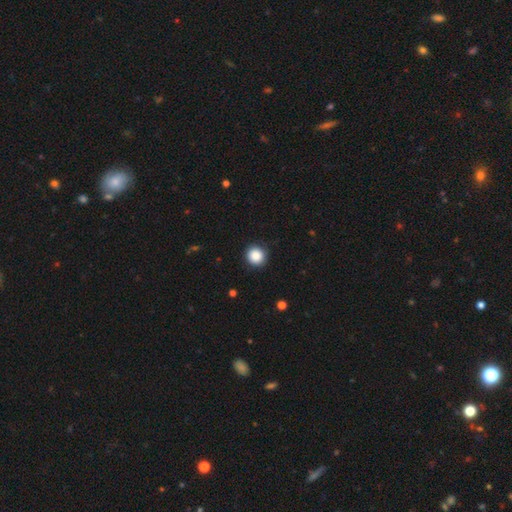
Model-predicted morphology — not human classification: Q: Smooth or featured?
A: smooth (87%); runner-up: star or artifact (9%)
Q: How rounded?
A: round (93%); runner-up: in between (6%)
Q: Merging?
A: none (89%); runner-up: minor disturbance (8%)